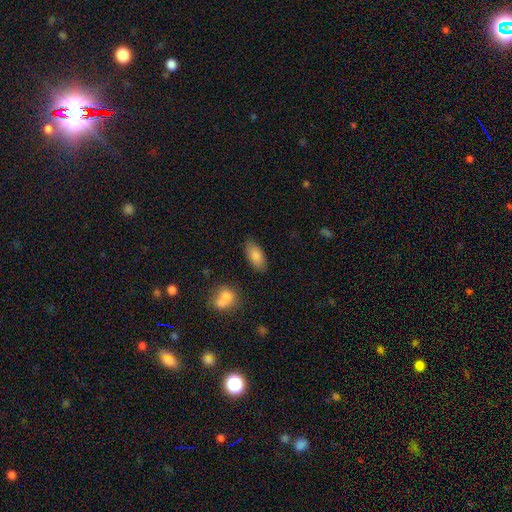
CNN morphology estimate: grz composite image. It shows a smooth galaxy with no disk features (85%) that is in between round and cigar-shaped (89%). Merging: none (83%).